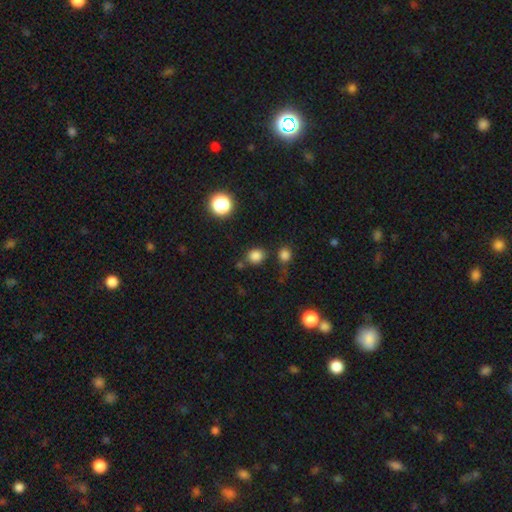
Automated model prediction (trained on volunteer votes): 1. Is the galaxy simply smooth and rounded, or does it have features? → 81% smooth, 15% star or artifact, 4% featured or disk.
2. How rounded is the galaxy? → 71% round, 28% in between, 1% cigar-shaped.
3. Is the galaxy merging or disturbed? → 76% none, 11% minor disturbance, 8% merger, 4% major disturbance.